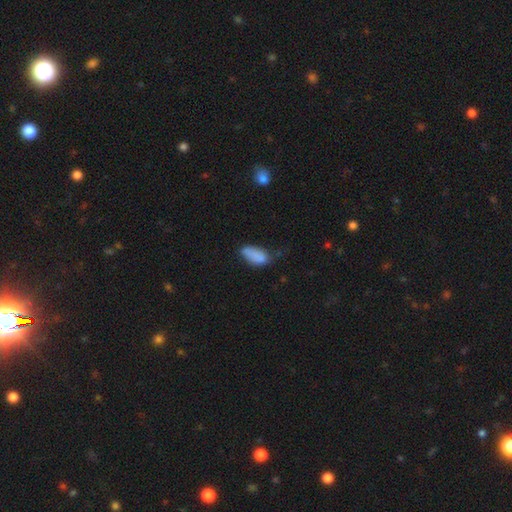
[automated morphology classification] A smooth galaxy with no disk features (85%) that is in between round and cigar-shaped (88%). Merging: none (48%).